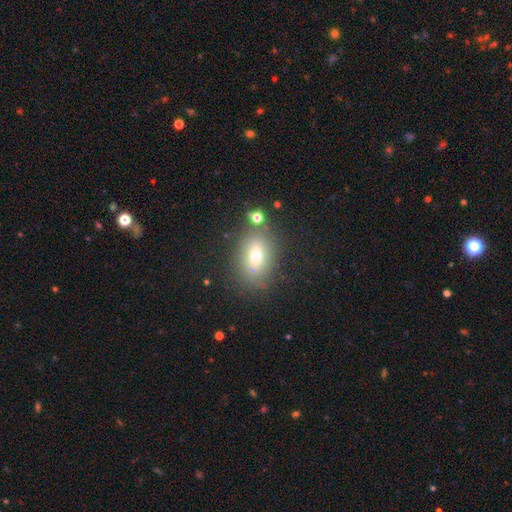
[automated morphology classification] Smooth or featured? Predicted: smooth (p=0.66). How rounded? Predicted: in between (p=0.83). Merging? Predicted: none (p=0.74).